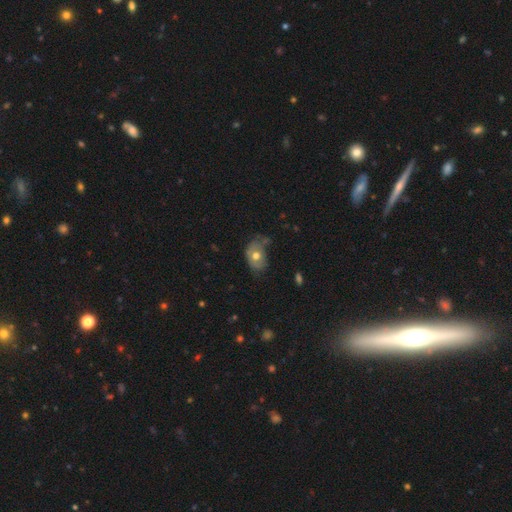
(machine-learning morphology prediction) Smooth or featured: smooth — 60% (featured or disk — 32%)
How rounded: in between — 73% (round — 26%)
Merging: minor disturbance — 39% (none — 36%)